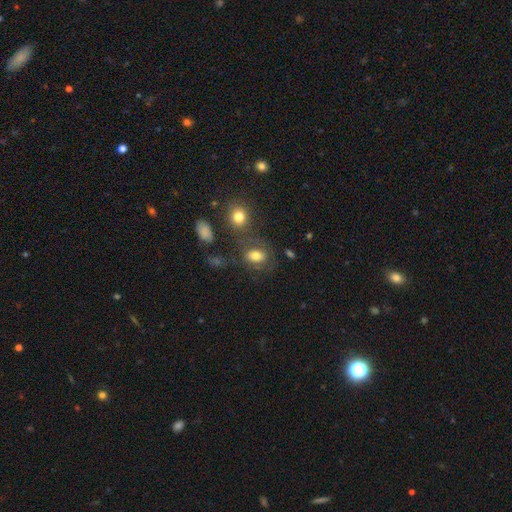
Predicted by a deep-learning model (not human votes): smooth-or-featured: smooth: 72% | featured or disk: 17% | star or artifact: 11%
  how-rounded: in between: 73% | round: 25% | cigar-shaped: 2%
  merging: none: 60% | minor disturbance: 18% | major disturbance: 12% | merger: 10%